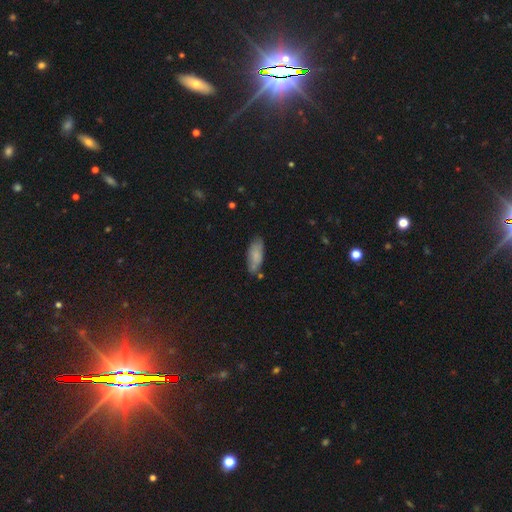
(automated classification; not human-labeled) smooth-or-featured: smooth: 77% | featured or disk: 16% | star or artifact: 7%
  how-rounded: in between: 72% | cigar-shaped: 26% | round: 2%
  merging: none: 68% | minor disturbance: 22% | merger: 6% | major disturbance: 5%